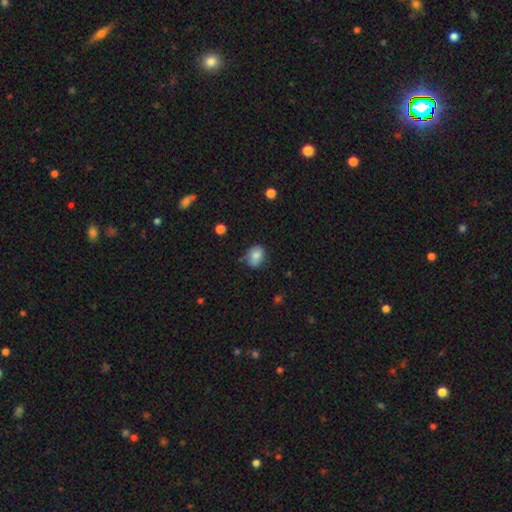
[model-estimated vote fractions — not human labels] A smooth galaxy with no disk features (81%) that is in between round and cigar-shaped (58%). Merging: none (61%).